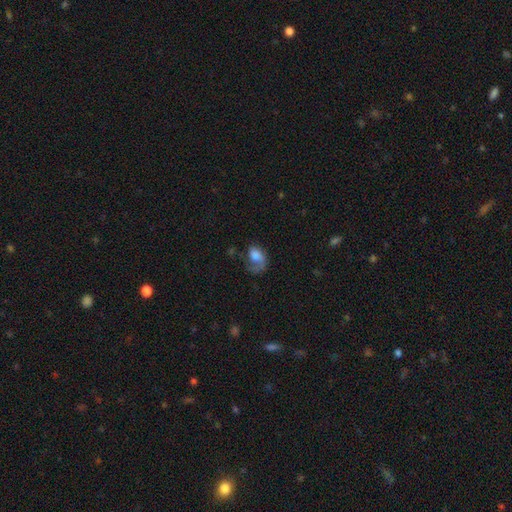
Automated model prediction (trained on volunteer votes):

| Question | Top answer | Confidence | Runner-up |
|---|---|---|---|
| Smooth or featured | smooth | 51% | featured or disk (40%) |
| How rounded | in between | 74% | round (24%) |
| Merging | major disturbance | 47% | none (28%) |